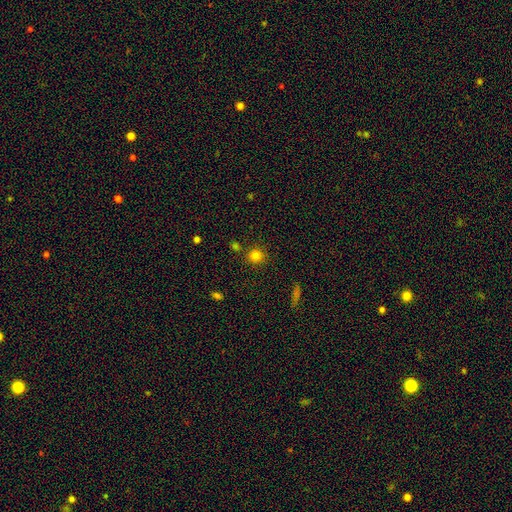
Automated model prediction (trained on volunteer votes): Smooth or featured: smooth — 81% (star or artifact — 14%)
How rounded: round — 91% (in between — 7%)
Merging: none — 84% (minor disturbance — 7%)